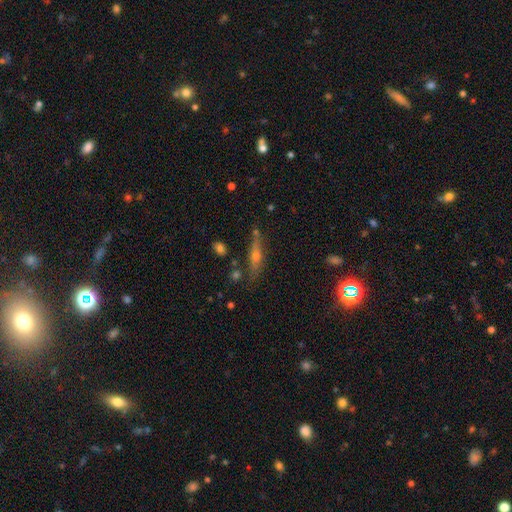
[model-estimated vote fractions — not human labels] The model was most divided on "smooth or featured": featured or disk: 59%, smooth: 28%, star or artifact: 13%. More confident: edge-on disk — yes (89%); edge-on bulge — rounded (87%); merging — none (76%).